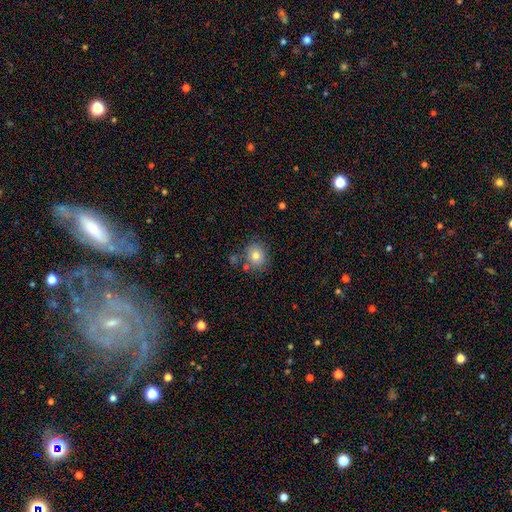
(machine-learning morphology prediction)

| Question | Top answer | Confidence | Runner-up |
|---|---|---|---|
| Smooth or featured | smooth | 78% | featured or disk (11%) |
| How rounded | round | 72% | in between (27%) |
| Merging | none | 76% | minor disturbance (13%) |